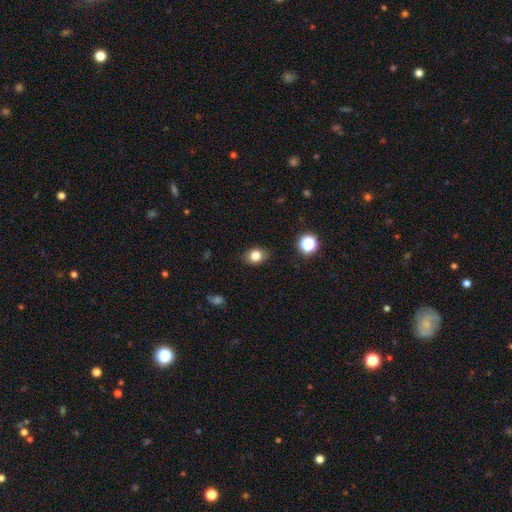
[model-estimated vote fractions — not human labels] Q: Smooth or featured?
A: smooth (81%); runner-up: star or artifact (11%)
Q: How rounded?
A: in between (59%); runner-up: round (40%)
Q: Merging?
A: none (85%); runner-up: minor disturbance (11%)